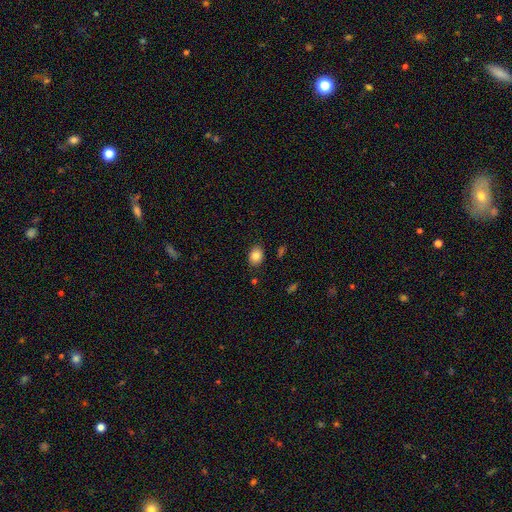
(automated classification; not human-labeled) Smooth or featured? Predicted: smooth (p=0.83). How rounded? Predicted: in between (p=0.56). Merging? Predicted: none (p=0.86).